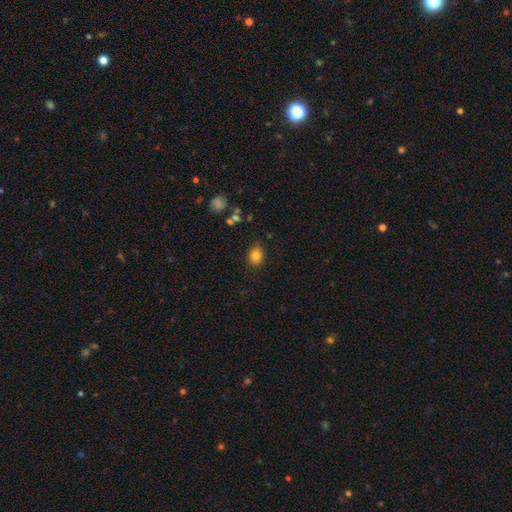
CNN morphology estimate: smooth 81%, star or artifact 11%, featured or disk 8%. Down the decision tree: how rounded — round (54%); merging — none (81%).